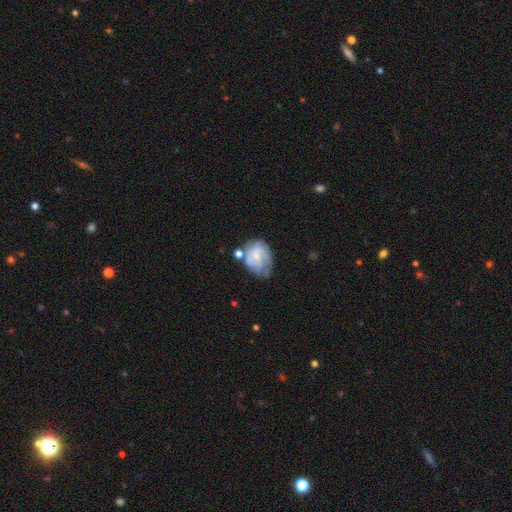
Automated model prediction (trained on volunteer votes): Q: Smooth or featured?
A: featured or disk (68%); runner-up: smooth (24%)
Q: Edge-on disk?
A: no (98%); runner-up: yes (2%)
Q: Bar?
A: no (58%); runner-up: weak (36%)
Q: Spiral arms?
A: yes (86%); runner-up: no (14%)
Q: Spiral winding?
A: tight (50%); runner-up: medium (36%)
Q: Spiral arm count?
A: can't tell (37%); runner-up: 2 (27%)
Q: Bulge size?
A: small (50%); runner-up: none (25%)
Q: Merging?
A: none (48%); runner-up: minor disturbance (25%)